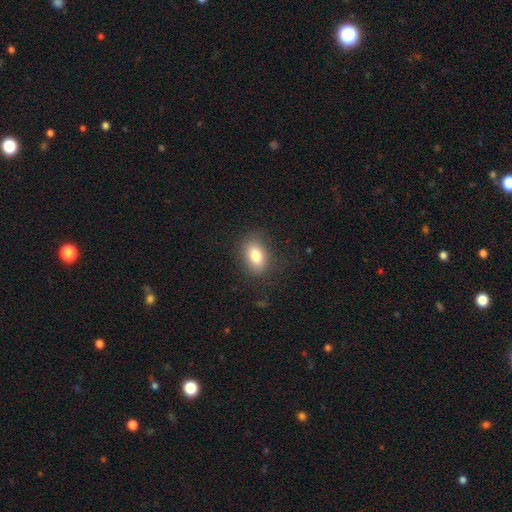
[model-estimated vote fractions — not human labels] smooth_or_featured: smooth (p=0.80) [alt: featured or disk p=0.11]
how_rounded: in between (p=0.84) [alt: round p=0.14]
merging: none (p=0.80) [alt: minor disturbance p=0.14]